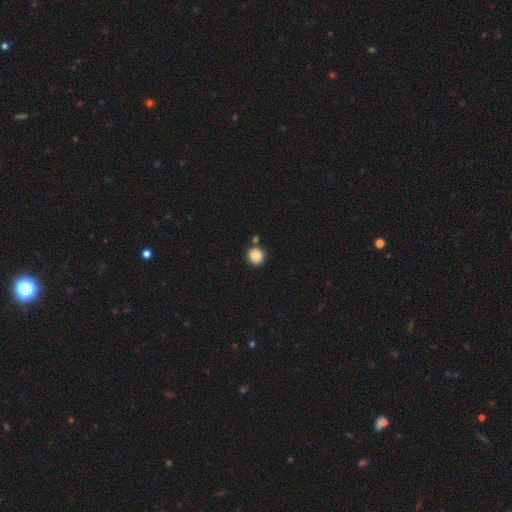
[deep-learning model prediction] Smooth or featured: smooth — 86% (star or artifact — 9%)
How rounded: round — 91% (in between — 8%)
Merging: none — 77% (minor disturbance — 11%)